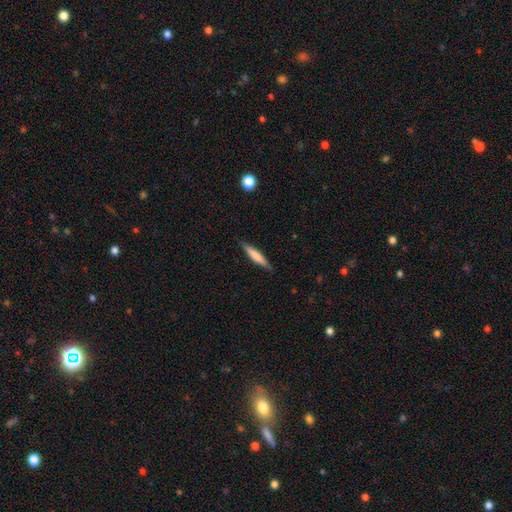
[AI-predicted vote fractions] This appears to be a smooth galaxy with no disk features (65%) that is cigar-shaped (90%). Merging: none (88%).